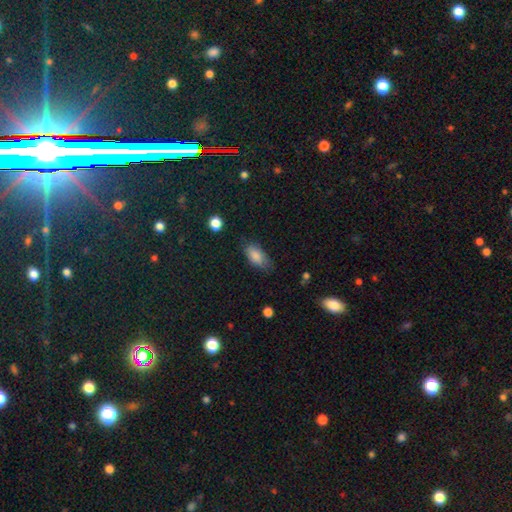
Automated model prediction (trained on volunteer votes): A smooth galaxy with no disk features (84%) that is in between round and cigar-shaped (90%). Merging: none (70%).